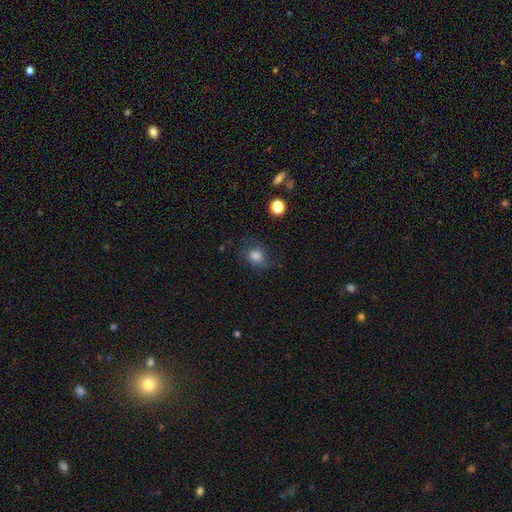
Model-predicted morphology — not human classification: smooth 63%, featured or disk 24%, star or artifact 13%. Down the decision tree: how rounded — round (58%); merging — none (60%).